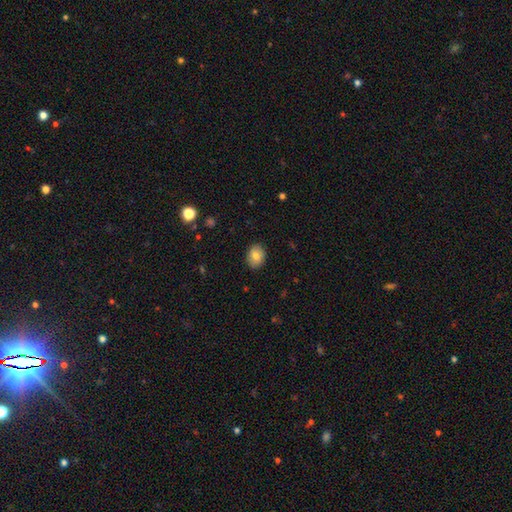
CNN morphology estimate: Smooth or featured?
  - smooth: 79% *
  - featured or disk: 12%
  - star or artifact: 8%
How rounded?
  - in between: 53% *
  - round: 46%
  - cigar-shaped: 1%
Merging?
  - none: 88% *
  - minor disturbance: 9%
  - major disturbance: 2%
  - merger: 1%